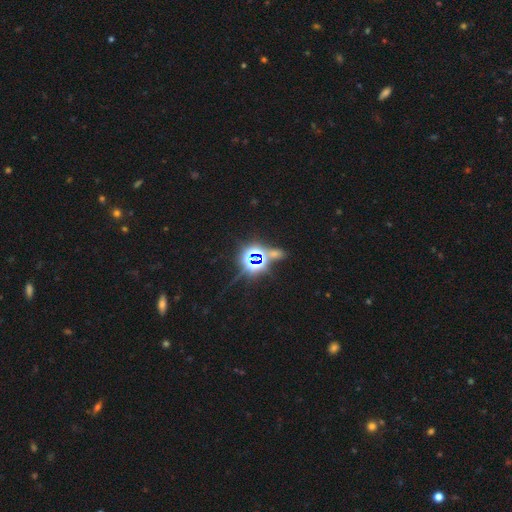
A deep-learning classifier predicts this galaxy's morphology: Overall: star or artifact (81%).